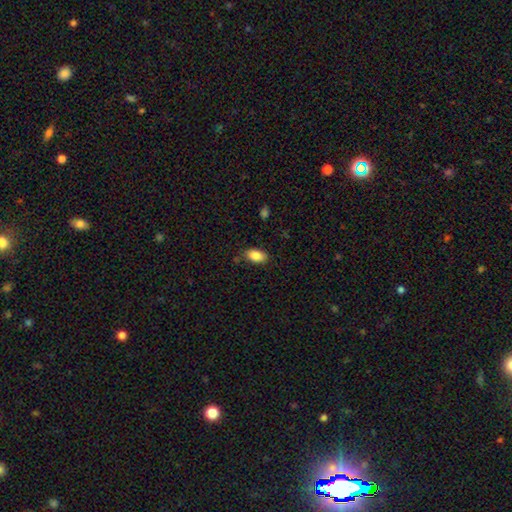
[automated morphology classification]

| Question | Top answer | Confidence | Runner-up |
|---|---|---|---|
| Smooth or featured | smooth | 85% | star or artifact (7%) |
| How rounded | in between | 92% | round (6%) |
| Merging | none | 83% | minor disturbance (13%) |